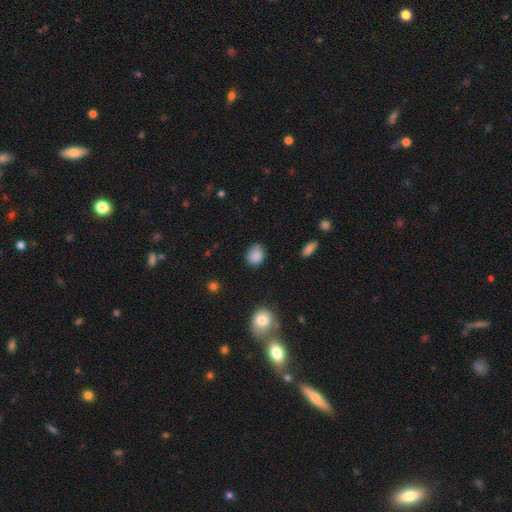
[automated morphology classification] Smooth or featured? Predicted: smooth (p=0.86). How rounded? Predicted: round (p=0.64). Merging? Predicted: none (p=0.74).